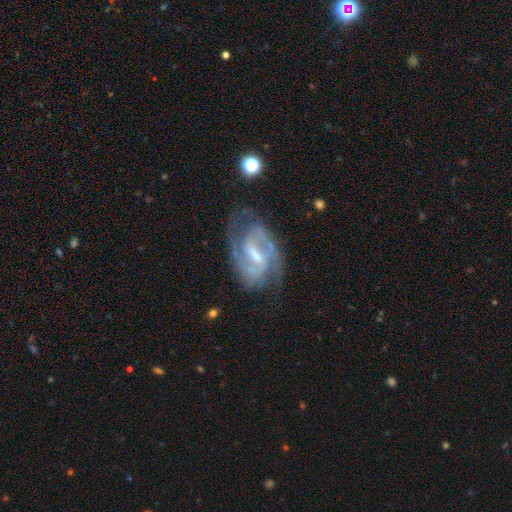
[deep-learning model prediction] This appears to be a featured or disk galaxy (88%) with a weak bar (51%), 2 (76%) medium (53%) spiral arms (95%) and a small central bulge (57%). Merging: none (67%).